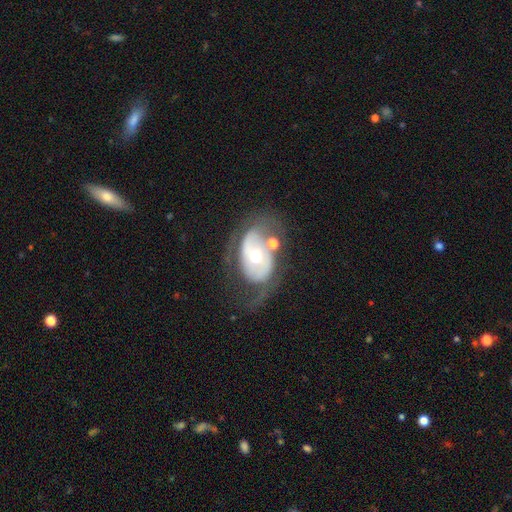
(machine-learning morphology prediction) Smooth or featured?
  - featured or disk: 69% *
  - smooth: 24%
  - star or artifact: 7%
Edge-on disk?
  - no: 95% *
  - yes: 5%
Bar?
  - no: 69% *
  - weak: 20%
  - strong: 11%
Spiral arms?
  - yes: 54% *
  - no: 46%
Bulge size?
  - moderate: 72% *
  - small: 16%
  - large: 9%
  - dominant: 2%
  - none: 1%
Merging?
  - none: 44% *
  - major disturbance: 26%
  - minor disturbance: 19%
  - merger: 11%